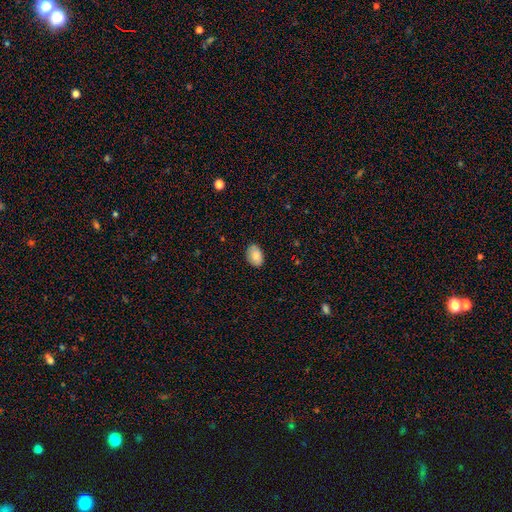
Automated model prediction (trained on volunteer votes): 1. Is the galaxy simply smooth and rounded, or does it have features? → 86% smooth, 7% star or artifact, 7% featured or disk.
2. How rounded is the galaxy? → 86% in between, 13% round, 1% cigar-shaped.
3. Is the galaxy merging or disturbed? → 83% none, 14% minor disturbance, 2% major disturbance, 1% merger.